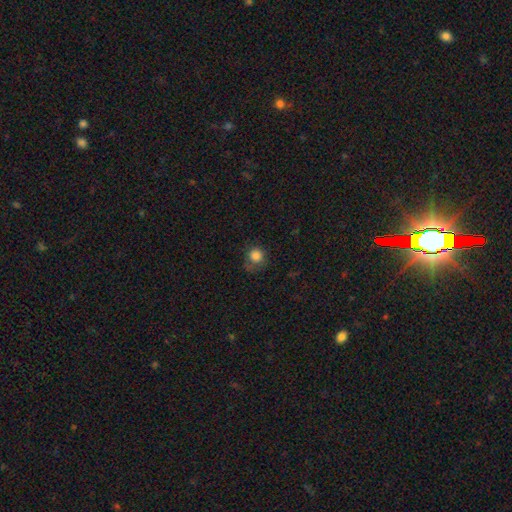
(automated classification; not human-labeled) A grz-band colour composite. It shows a smooth galaxy with no disk features (83%) that is round (88%). Merging: none (62%).